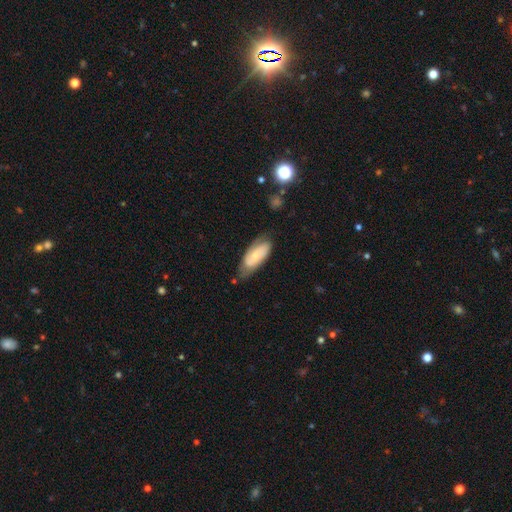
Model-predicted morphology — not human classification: smooth-or-featured: featured or disk: 47% | smooth: 46% | star or artifact: 6%
  merging: none: 61% | minor disturbance: 29% | major disturbance: 8% | merger: 2%